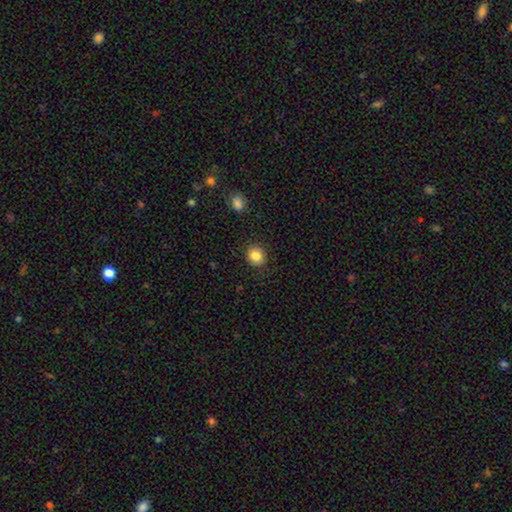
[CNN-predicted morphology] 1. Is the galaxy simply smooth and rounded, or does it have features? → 85% smooth, 10% star or artifact, 5% featured or disk.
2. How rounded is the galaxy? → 81% round, 18% in between, 1% cigar-shaped.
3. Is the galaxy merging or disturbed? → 88% none, 8% minor disturbance, 2% major disturbance, 1% merger.